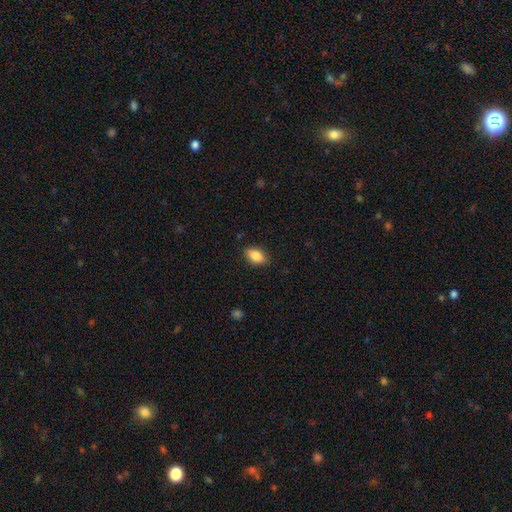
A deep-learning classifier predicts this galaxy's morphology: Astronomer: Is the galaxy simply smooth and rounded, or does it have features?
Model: smooth — 85%.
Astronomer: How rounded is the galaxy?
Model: in between — 88%.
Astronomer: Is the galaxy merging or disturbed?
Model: none — 86%.